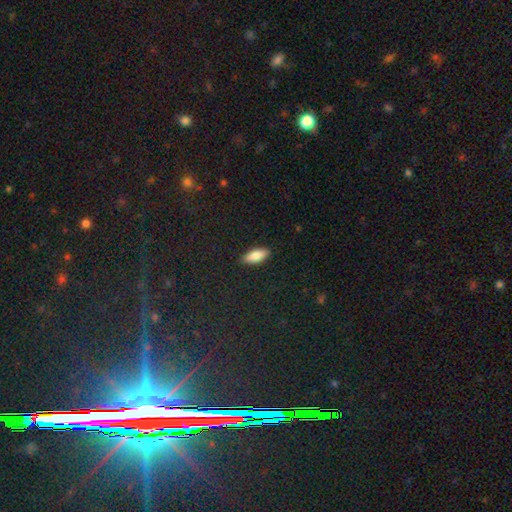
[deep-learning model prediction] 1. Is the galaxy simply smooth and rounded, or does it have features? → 83% smooth, 10% featured or disk, 6% star or artifact.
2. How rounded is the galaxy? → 80% in between, 18% cigar-shaped, 2% round.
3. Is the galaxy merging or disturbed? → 89% none, 8% minor disturbance, 2% major disturbance, 1% merger.